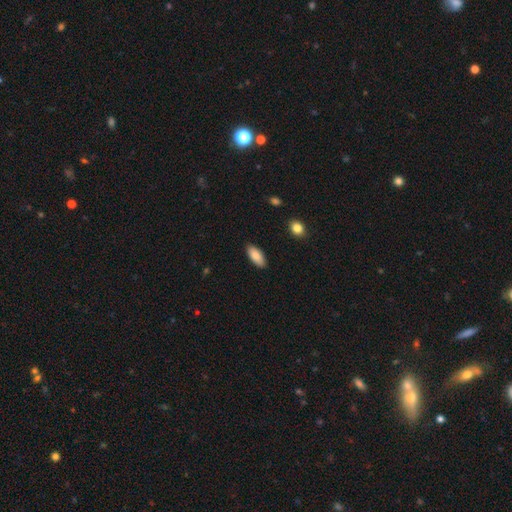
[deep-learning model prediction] A smooth galaxy with no disk features (86%) that is in between round and cigar-shaped (87%).

Vote fractions:
- Smooth or featured? smooth: 86% / featured or disk: 8% / star or artifact: 6%
- How rounded? in between: 87% / cigar-shaped: 11% / round: 2%
- Merging? none: 88% / minor disturbance: 9% / major disturbance: 2% / merger: 1%